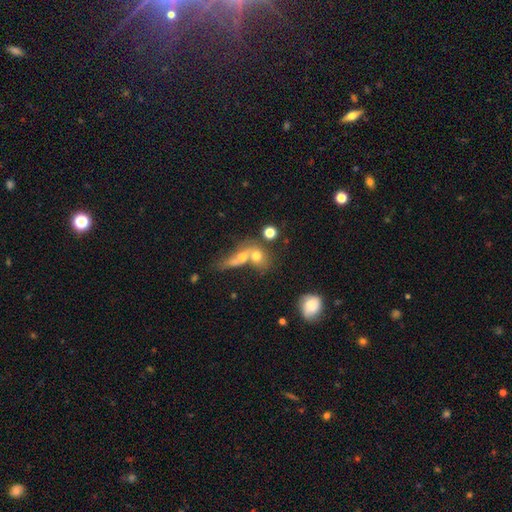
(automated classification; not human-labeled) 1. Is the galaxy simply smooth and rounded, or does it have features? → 63% smooth, 23% featured or disk, 13% star or artifact.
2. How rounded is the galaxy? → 50% round, 44% in between, 6% cigar-shaped.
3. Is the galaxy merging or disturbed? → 62% merger, 23% none, 8% minor disturbance, 7% major disturbance.